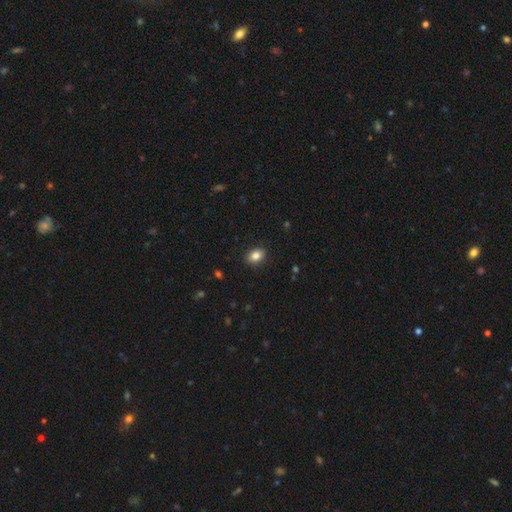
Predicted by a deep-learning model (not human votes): A smooth galaxy with no disk features (85%) that is in between round and cigar-shaped (73%). Merging: none (89%).